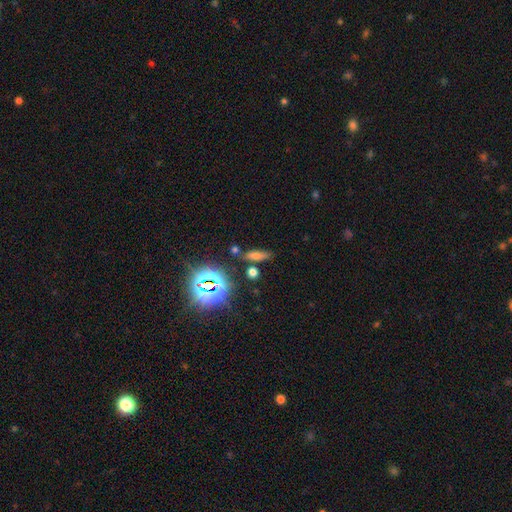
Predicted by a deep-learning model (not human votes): Smooth or featured: smooth — 57% (star or artifact — 26%)
How rounded: cigar-shaped — 50% (in between — 42%)
Merging: none — 77% (minor disturbance — 12%)